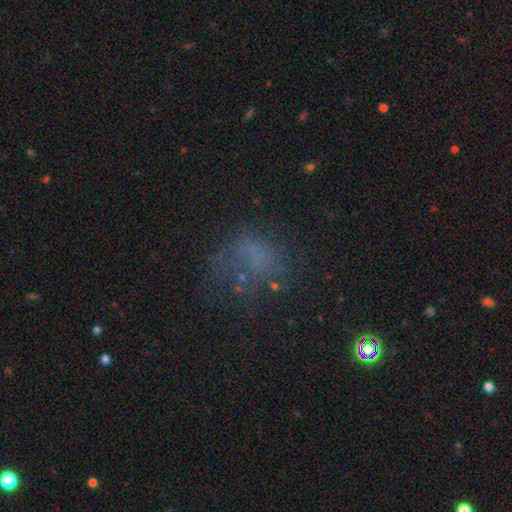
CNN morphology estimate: Smooth or featured: smooth — 45% (star or artifact — 29%)
Merging: none — 49% (major disturbance — 27%)